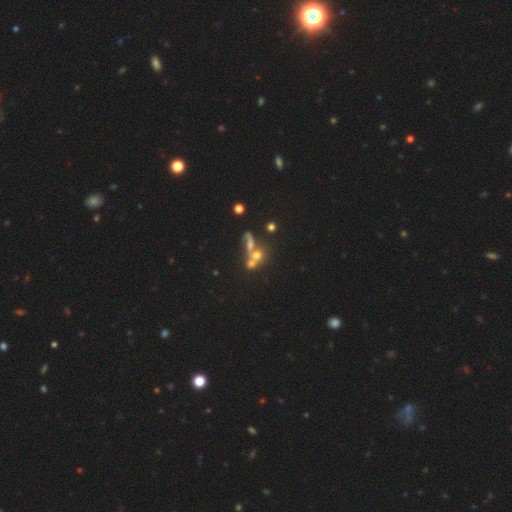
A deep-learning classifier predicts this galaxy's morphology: The model was most divided on "smooth or featured": smooth: 43%, featured or disk: 33%, star or artifact: 24%. More confident: merging — merger (58%).